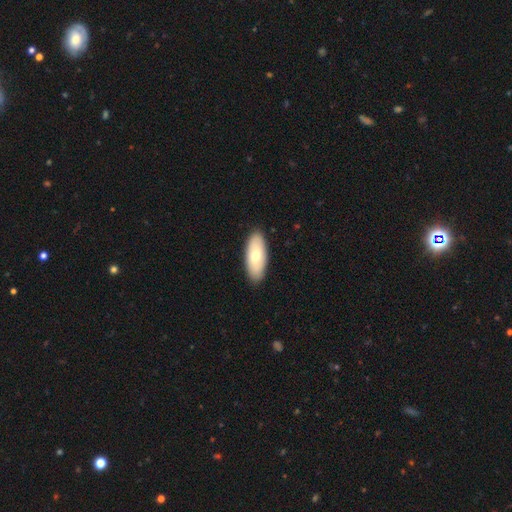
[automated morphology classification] smooth 70%, featured or disk 25%, star or artifact 5%. Down the decision tree: how rounded — in between (85%); merging — none (89%).